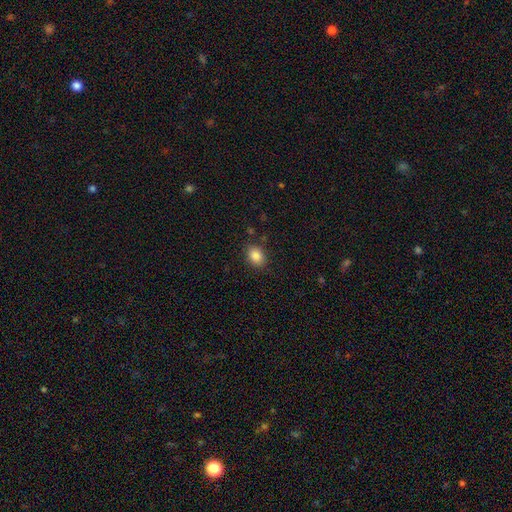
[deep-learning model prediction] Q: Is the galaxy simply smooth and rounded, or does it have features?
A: smooth — 85%.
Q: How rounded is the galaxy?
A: in between — 67%.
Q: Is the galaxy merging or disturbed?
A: none — 85%.